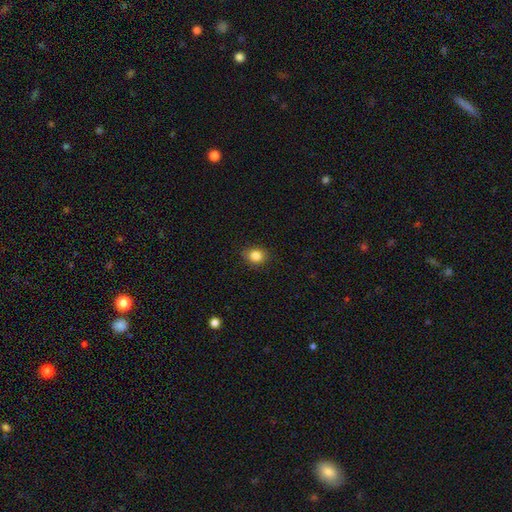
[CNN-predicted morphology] This is clearly a smooth galaxy (85%). How rounded: likely round (62%). Merging: clearly none (86%).